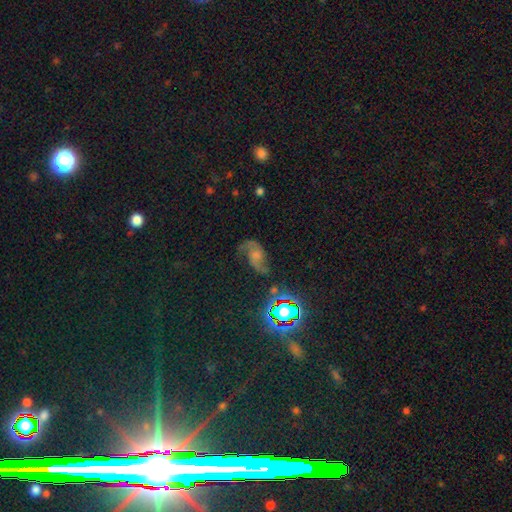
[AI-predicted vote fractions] Smooth or featured? featured or disk (72%)
Edge-on disk? no (97%)
Bar? no (64%)
Spiral arms? yes (94%)
Spiral winding? loose (69%)
Spiral arm count? 2 (90%)
Bulge size? moderate (33%)
Merging? none (60%)